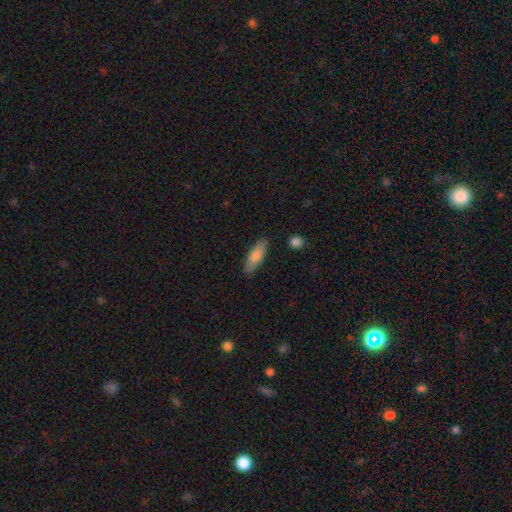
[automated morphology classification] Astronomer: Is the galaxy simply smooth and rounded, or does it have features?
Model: smooth — 80%.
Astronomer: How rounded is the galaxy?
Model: in between — 57% (runner-up: cigar-shaped, 41%).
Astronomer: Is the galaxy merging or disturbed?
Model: none — 85%.